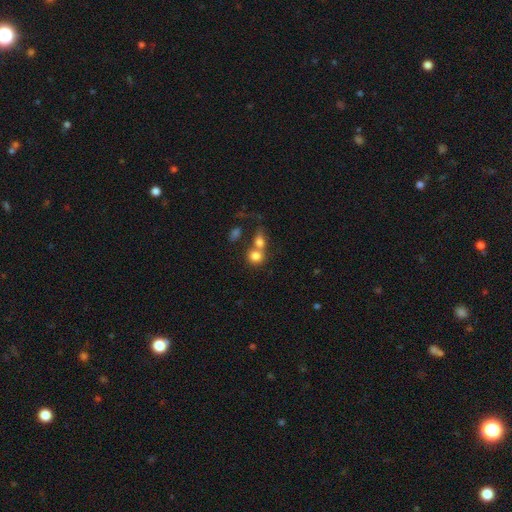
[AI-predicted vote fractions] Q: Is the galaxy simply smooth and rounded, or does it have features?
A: smooth — 78%.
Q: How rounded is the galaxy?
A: round — 73%.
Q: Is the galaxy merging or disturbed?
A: merger — 55%.